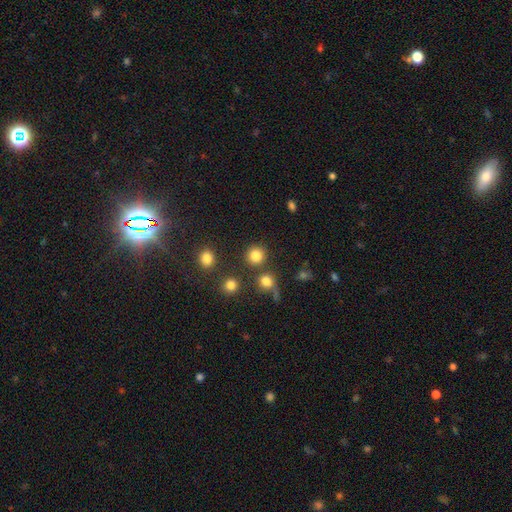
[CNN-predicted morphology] A smooth galaxy with no disk features (83%) that is round (92%). Merging: none (81%).